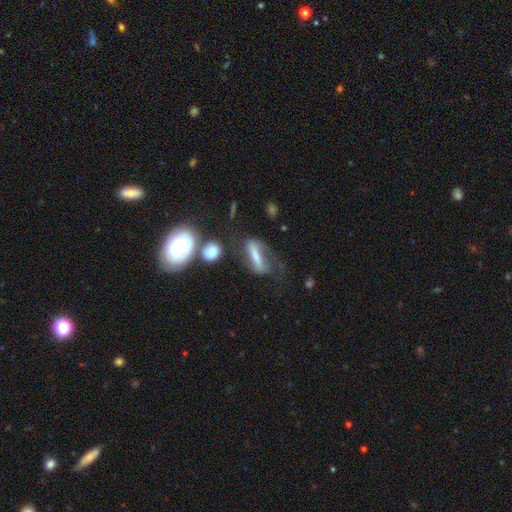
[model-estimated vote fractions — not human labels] Smooth or featured?
  - smooth: 48% *
  - featured or disk: 41%
  - star or artifact: 11%
Merging?
  - none: 38% *
  - major disturbance: 31%
  - minor disturbance: 22%
  - merger: 9%